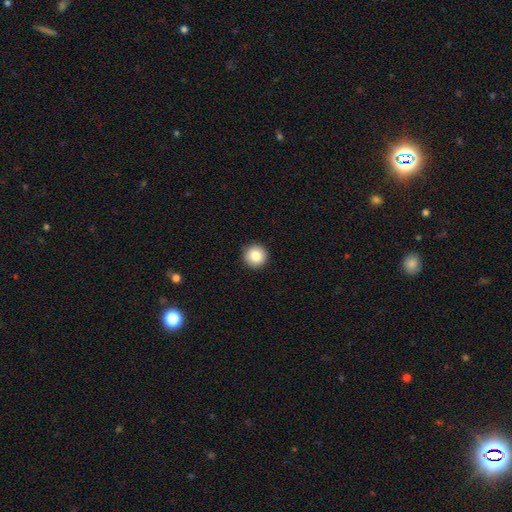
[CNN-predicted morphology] type=smooth (85%); roundness=round (95%); merging=none (92%).